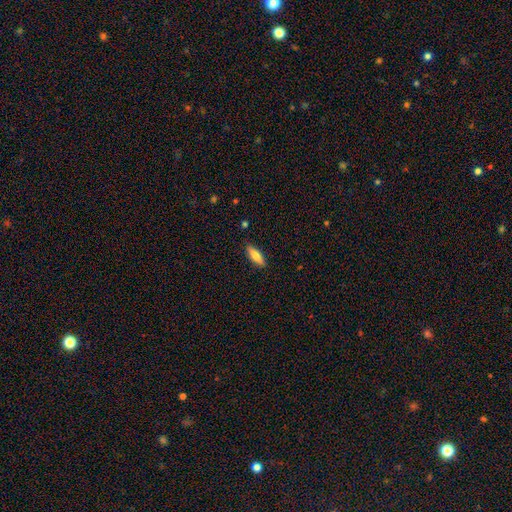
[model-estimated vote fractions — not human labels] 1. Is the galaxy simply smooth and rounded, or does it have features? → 73% smooth, 20% featured or disk, 6% star or artifact.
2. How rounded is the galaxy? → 53% in between, 45% cigar-shaped, 2% round.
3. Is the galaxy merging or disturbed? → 87% none, 9% minor disturbance, 2% major disturbance, 1% merger.